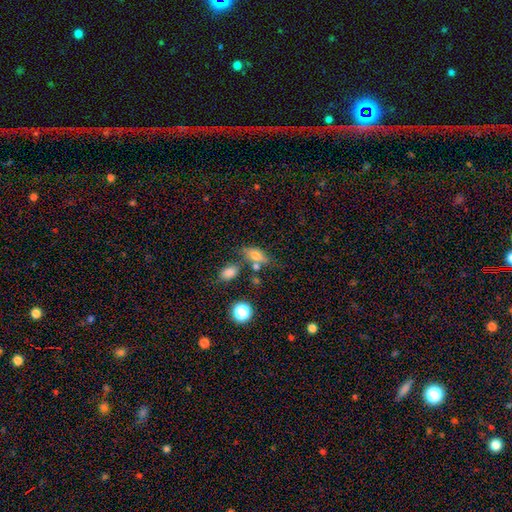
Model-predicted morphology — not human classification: Smooth or featured? smooth (65%)
How rounded? in between (74%)
Merging? none (54%)